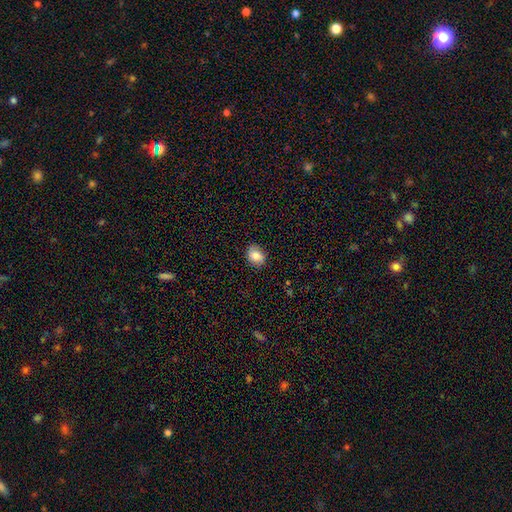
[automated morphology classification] smooth_or_featured: smooth (p=0.80) [alt: featured or disk p=0.11]
how_rounded: in between (p=0.52) [alt: round p=0.47]
merging: none (p=0.84) [alt: minor disturbance p=0.12]